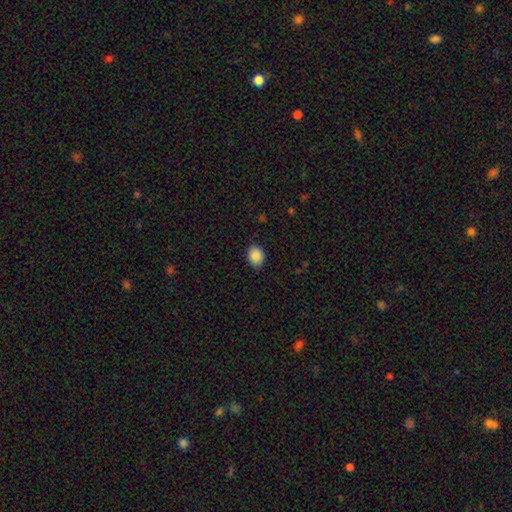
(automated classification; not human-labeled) Smooth or featured: smooth — 88% (star or artifact — 8%)
How rounded: in between — 56% (round — 43%)
Merging: none — 85% (minor disturbance — 11%)